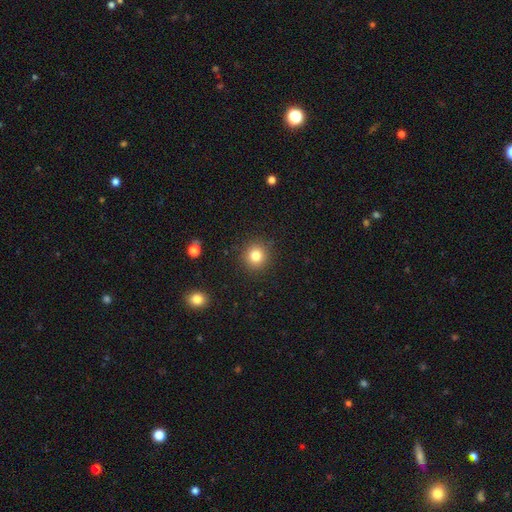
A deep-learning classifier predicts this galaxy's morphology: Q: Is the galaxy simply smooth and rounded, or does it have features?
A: smooth — 81%.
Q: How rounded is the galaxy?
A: round — 91%.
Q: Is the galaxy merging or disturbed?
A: none — 90%.